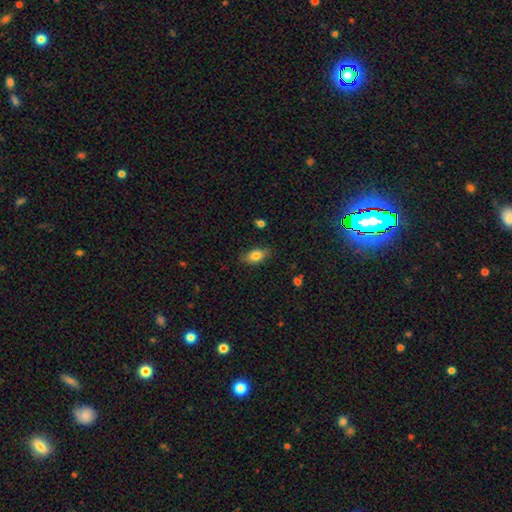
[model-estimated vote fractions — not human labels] smooth-or-featured: smooth: 80% | featured or disk: 11% | star or artifact: 8%
  how-rounded: in between: 87% | round: 7% | cigar-shaped: 6%
  merging: none: 82% | minor disturbance: 14% | major disturbance: 3% | merger: 1%